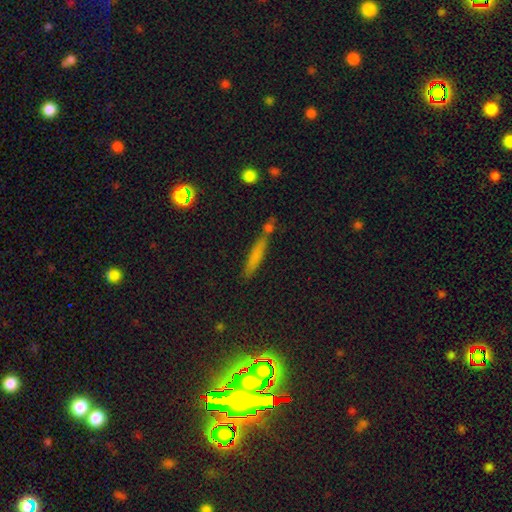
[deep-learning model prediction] smooth-or-featured: smooth: 67% | featured or disk: 20% | star or artifact: 13%
  how-rounded: cigar-shaped: 90% | in between: 8% | round: 2%
  merging: none: 68% | minor disturbance: 15% | merger: 13% | major disturbance: 5%